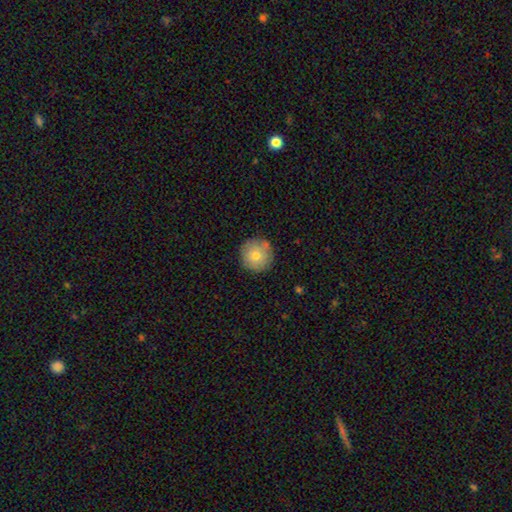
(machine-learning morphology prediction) Smooth or featured: smooth — 75% (featured or disk — 17%)
How rounded: round — 96% (in between — 3%)
Merging: none — 86% (minor disturbance — 10%)